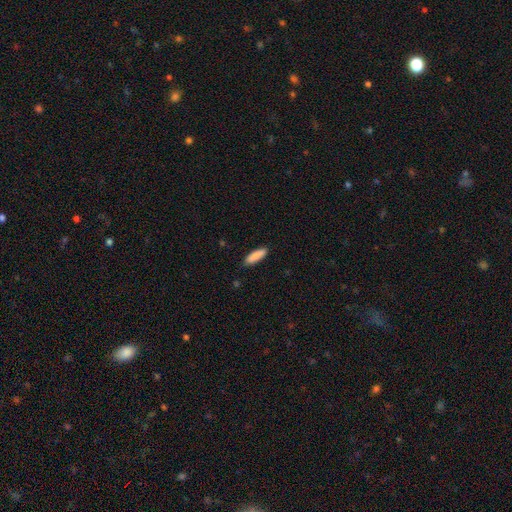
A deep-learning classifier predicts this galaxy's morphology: smooth_or_featured: smooth (p=0.89) [alt: star or artifact p=0.06]
how_rounded: cigar-shaped (p=0.59) [alt: in between p=0.39]
merging: none (p=0.88) [alt: minor disturbance p=0.09]